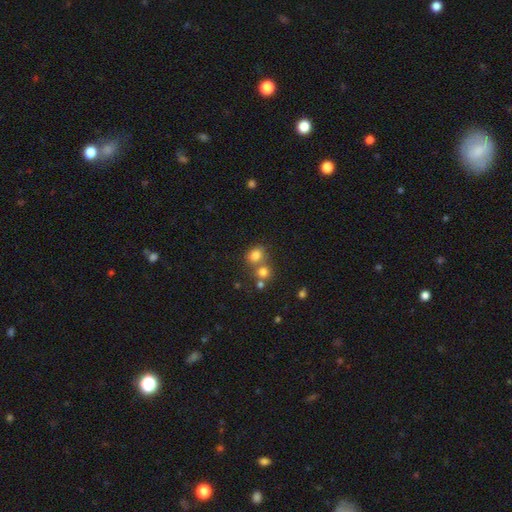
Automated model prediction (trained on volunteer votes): The model was most divided on "merging": none: 51%, merger: 36%, minor disturbance: 9%, major disturbance: 4%. More confident: smooth or featured — smooth (78%); how rounded — round (61%).